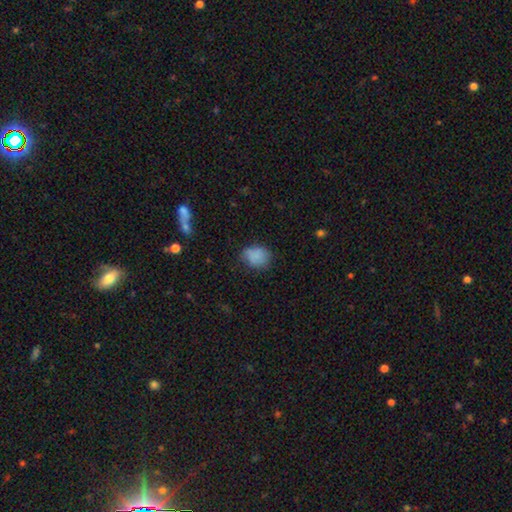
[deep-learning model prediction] This is clearly a smooth galaxy (81%). How rounded: possibly round (52%). Merging: likely none (63%).